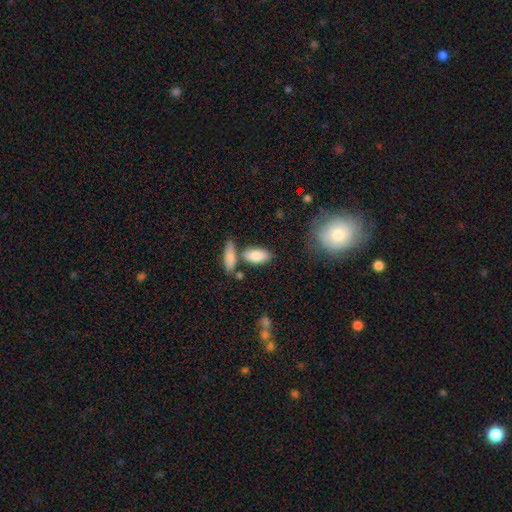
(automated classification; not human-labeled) smooth_or_featured: smooth (p=0.84) [alt: featured or disk p=0.10]
how_rounded: in between (p=0.87) [alt: cigar-shaped p=0.09]
merging: none (p=0.62) [alt: merger p=0.21]